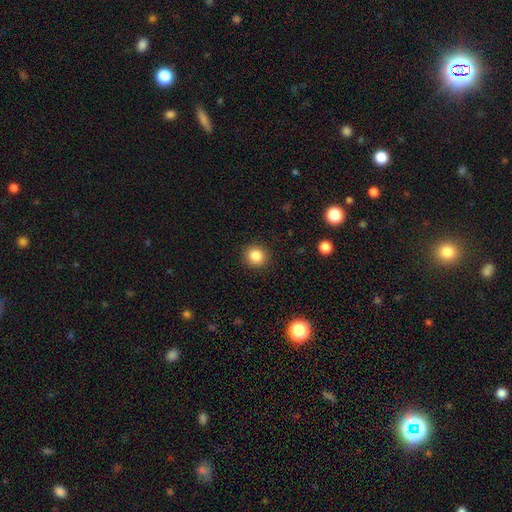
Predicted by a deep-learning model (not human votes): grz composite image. It shows a smooth galaxy with no disk features (85%) that is round (90%). Merging: none (91%).